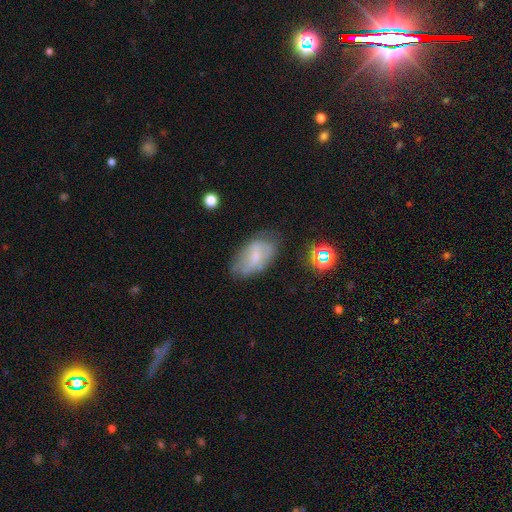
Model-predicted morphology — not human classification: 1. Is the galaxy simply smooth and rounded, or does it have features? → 53% smooth, 37% featured or disk, 10% star or artifact.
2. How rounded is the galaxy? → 93% in between, 5% round, 2% cigar-shaped.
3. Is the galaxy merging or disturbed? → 61% none, 27% minor disturbance, 10% major disturbance, 2% merger.